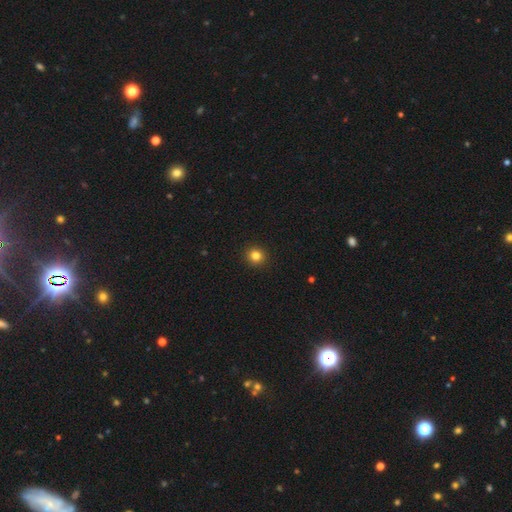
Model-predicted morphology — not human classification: smooth-or-featured: smooth: 82% | star or artifact: 12% | featured or disk: 5%
  how-rounded: round: 91% | in between: 8% | cigar-shaped: 1%
  merging: none: 93% | minor disturbance: 5% | major disturbance: 2% | merger: 1%